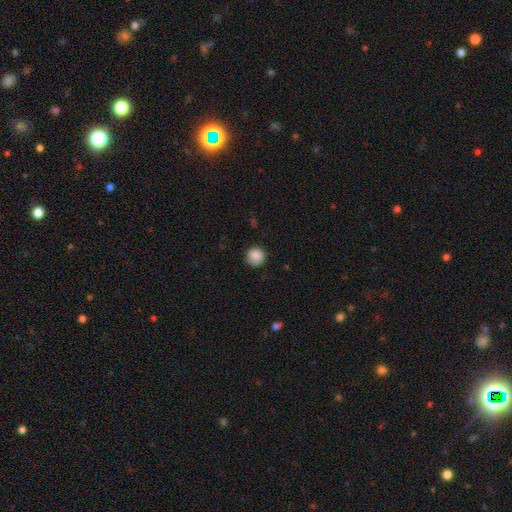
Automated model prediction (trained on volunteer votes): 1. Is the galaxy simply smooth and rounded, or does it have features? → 87% smooth, 9% star or artifact, 5% featured or disk.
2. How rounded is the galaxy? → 92% round, 7% in between, 1% cigar-shaped.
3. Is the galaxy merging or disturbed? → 81% none, 15% minor disturbance, 3% major disturbance, 1% merger.